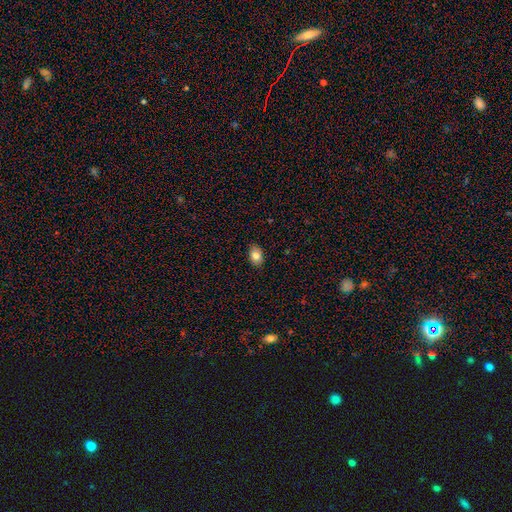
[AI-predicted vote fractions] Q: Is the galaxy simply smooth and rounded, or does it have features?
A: smooth — 81%.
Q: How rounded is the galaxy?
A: in between — 81%.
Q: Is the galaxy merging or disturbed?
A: none — 88%.